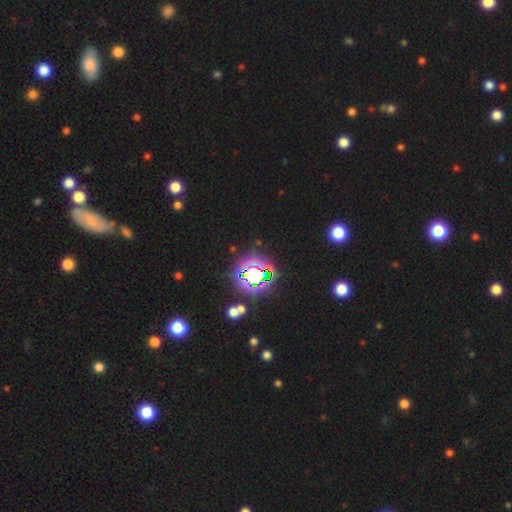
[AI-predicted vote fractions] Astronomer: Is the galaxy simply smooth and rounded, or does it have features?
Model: star or artifact — 79%.